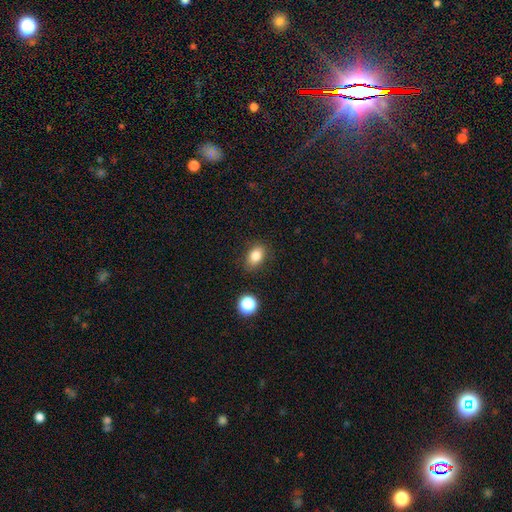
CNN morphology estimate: smooth_or_featured: smooth (p=0.83) [alt: star or artifact p=0.10]
how_rounded: in between (p=0.79) [alt: round p=0.19]
merging: none (p=0.82) [alt: minor disturbance p=0.12]